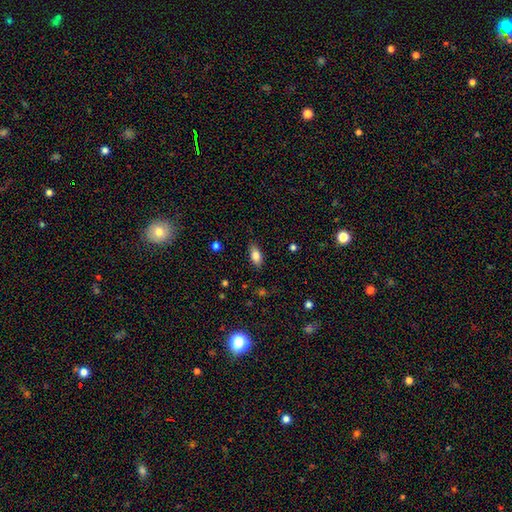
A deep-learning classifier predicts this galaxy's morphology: This is clearly a smooth galaxy (81%). How rounded: clearly in between (87%). Merging: clearly none (85%).